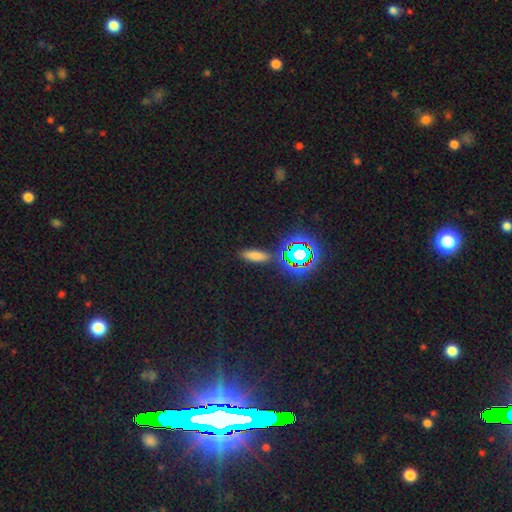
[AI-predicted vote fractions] Smooth or featured? Predicted: smooth (p=0.67). How rounded? Predicted: in between (p=0.51). Merging? Predicted: none (p=0.85).